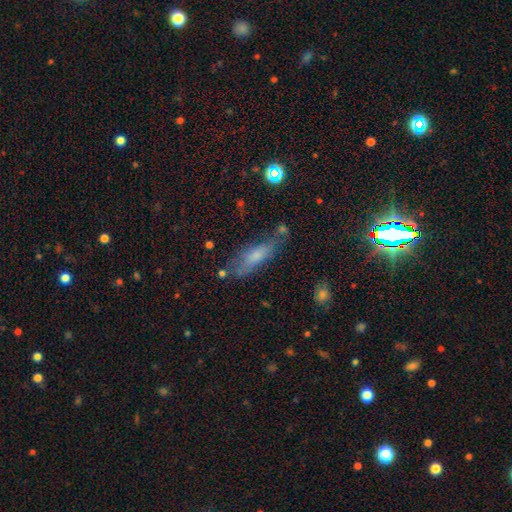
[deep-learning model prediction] Morphology: type=smooth (62%); roundness=cigar-shaped (50%); merging=none (56%).